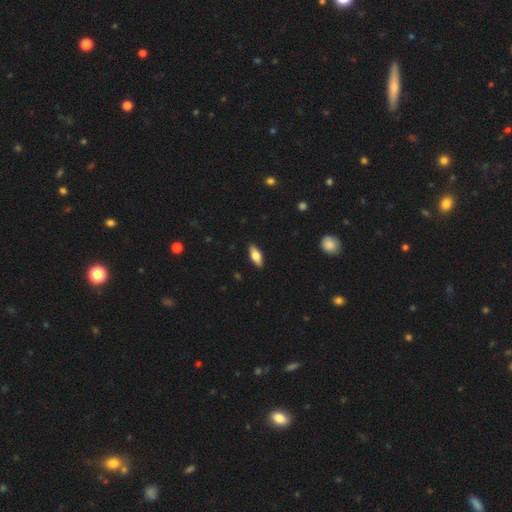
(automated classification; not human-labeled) Smooth or featured: smooth — 66% (featured or disk — 28%)
How rounded: in between — 77% (cigar-shaped — 20%)
Merging: none — 89% (minor disturbance — 8%)